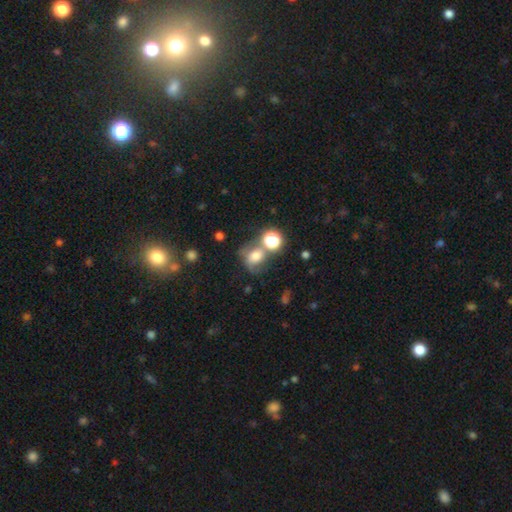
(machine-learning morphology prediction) Smooth or featured? Predicted: smooth (p=0.58). How rounded? Predicted: round (p=0.61). Merging? Predicted: none (p=0.38).